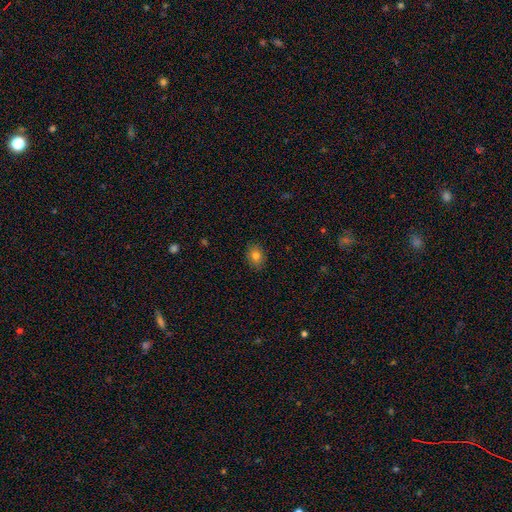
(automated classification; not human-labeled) This appears to be a smooth galaxy with no disk features (80%) that is in between round and cigar-shaped (64%). Merging: none (87%).